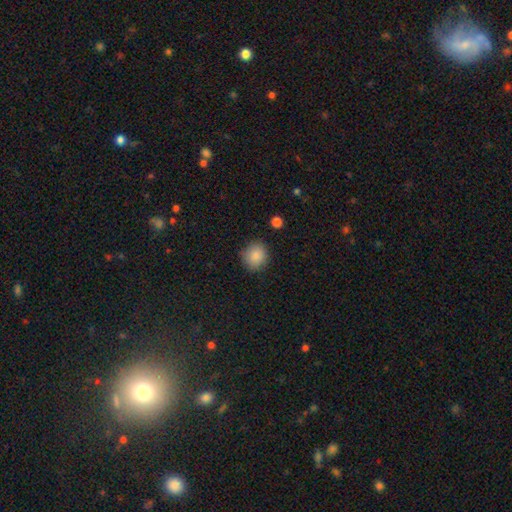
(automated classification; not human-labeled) This is clearly a smooth galaxy (86%). How rounded: clearly round (86%). Merging: clearly none (87%).